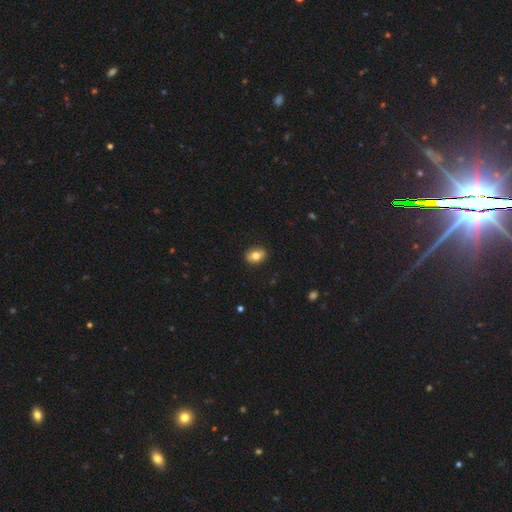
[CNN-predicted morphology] smooth-or-featured: smooth: 74% | featured or disk: 17% | star or artifact: 9%
  how-rounded: in between: 70% | round: 28% | cigar-shaped: 2%
  merging: none: 88% | minor disturbance: 9% | major disturbance: 2% | merger: 1%